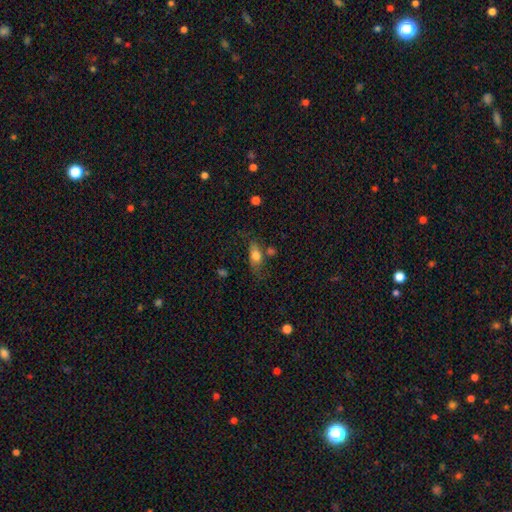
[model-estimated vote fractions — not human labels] Q: Smooth or featured?
A: smooth (75%); runner-up: featured or disk (17%)
Q: How rounded?
A: in between (79%); runner-up: cigar-shaped (12%)
Q: Merging?
A: none (52%); runner-up: minor disturbance (25%)